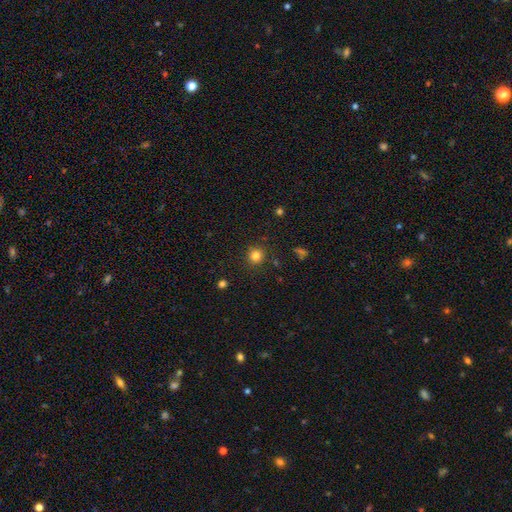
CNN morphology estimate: This appears to be a smooth galaxy with no disk features (81%) that is round (91%). Merging: none (88%).